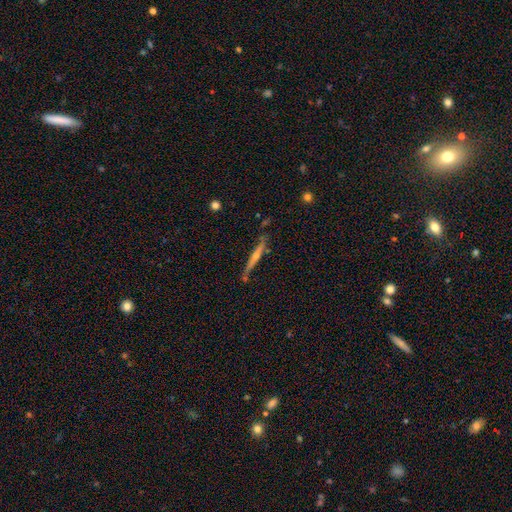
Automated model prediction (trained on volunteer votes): Smooth or featured: featured or disk — 72% (smooth — 21%)
Edge-on disk: yes — 96% (no — 4%)
Edge-on bulge: rounded — 74% (none — 20%)
Merging: none — 77% (minor disturbance — 15%)